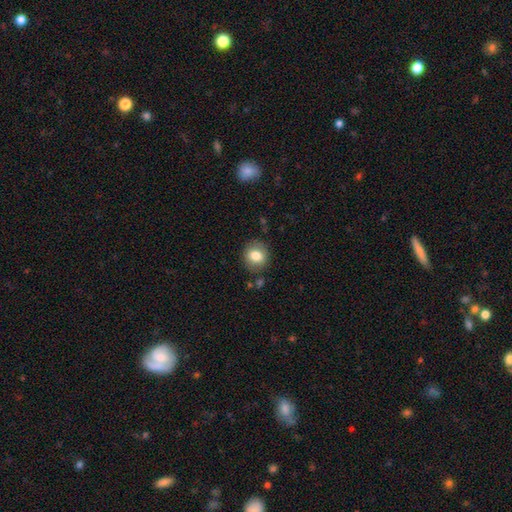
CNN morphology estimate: smooth 80%, featured or disk 10%, star or artifact 10%. Down the decision tree: how rounded — round (80%); merging — none (85%).